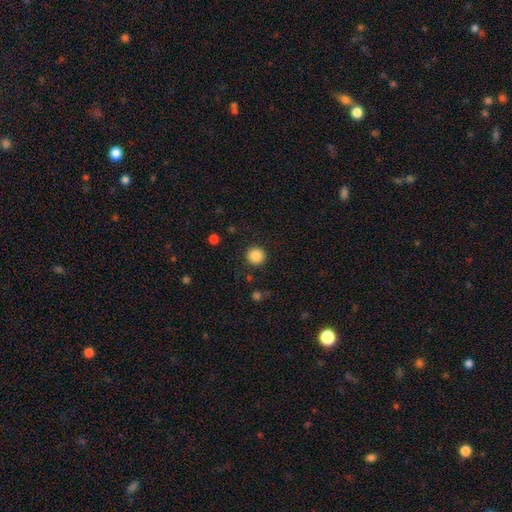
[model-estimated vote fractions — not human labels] smooth 86%, star or artifact 10%, featured or disk 4%. Down the decision tree: how rounded — round (95%); merging — none (90%).